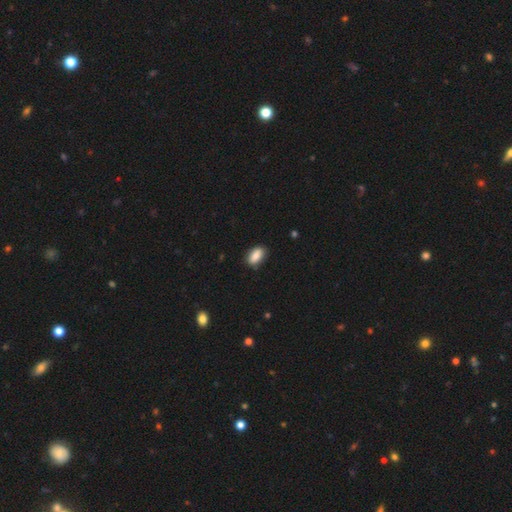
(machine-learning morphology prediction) Smooth or featured?
  - smooth: 87% *
  - star or artifact: 7%
  - featured or disk: 6%
How rounded?
  - in between: 91% *
  - round: 5%
  - cigar-shaped: 4%
Merging?
  - none: 83% *
  - minor disturbance: 13%
  - major disturbance: 2%
  - merger: 1%